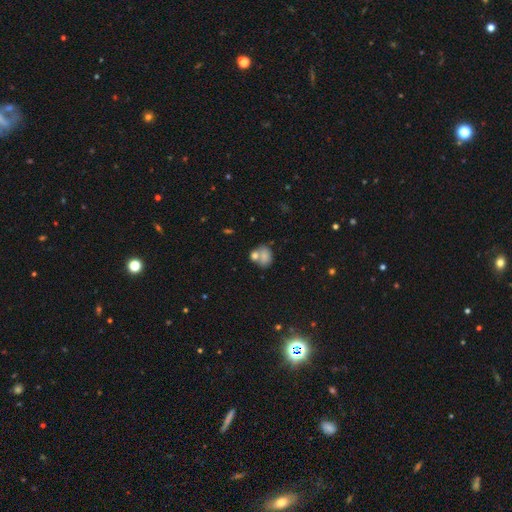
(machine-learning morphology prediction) smooth-or-featured: smooth: 75% | featured or disk: 15% | star or artifact: 10%
  how-rounded: round: 51% | in between: 47% | cigar-shaped: 1%
  merging: none: 41% | merger: 39% | minor disturbance: 14% | major disturbance: 6%